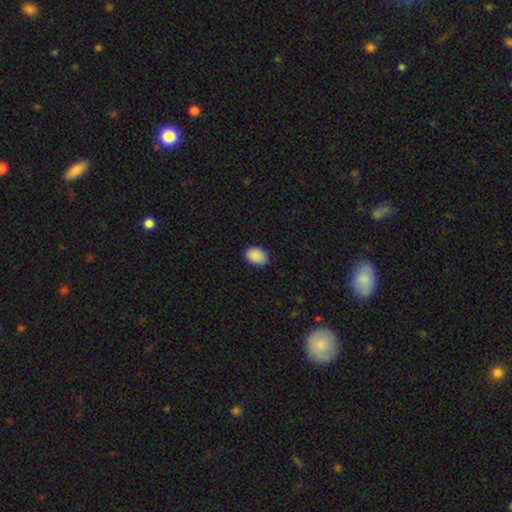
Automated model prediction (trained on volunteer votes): Smooth or featured: smooth — 89% (star or artifact — 8%)
How rounded: in between — 76% (round — 23%)
Merging: none — 83% (minor disturbance — 14%)